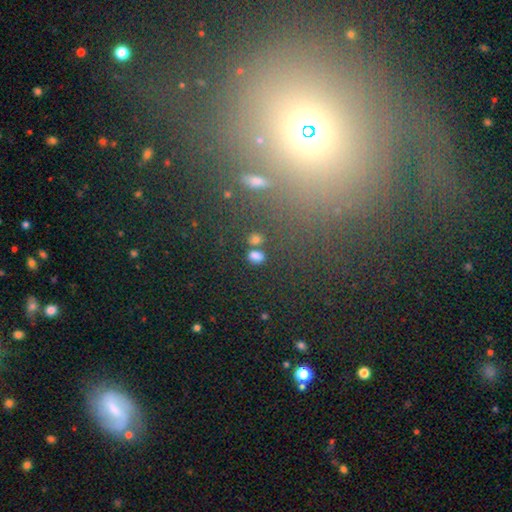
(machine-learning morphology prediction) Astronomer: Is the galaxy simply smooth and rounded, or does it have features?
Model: smooth — 76%.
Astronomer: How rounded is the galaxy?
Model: in between — 60% (runner-up: round, 38%).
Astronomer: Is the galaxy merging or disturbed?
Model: none — 74%.